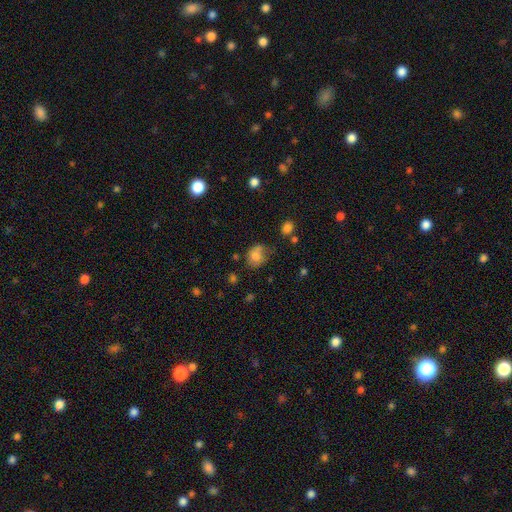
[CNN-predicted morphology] The model was most divided on "how rounded": round: 60%, in between: 39%, cigar-shaped: 1%. More confident: smooth or featured — smooth (76%); merging — none (52%).